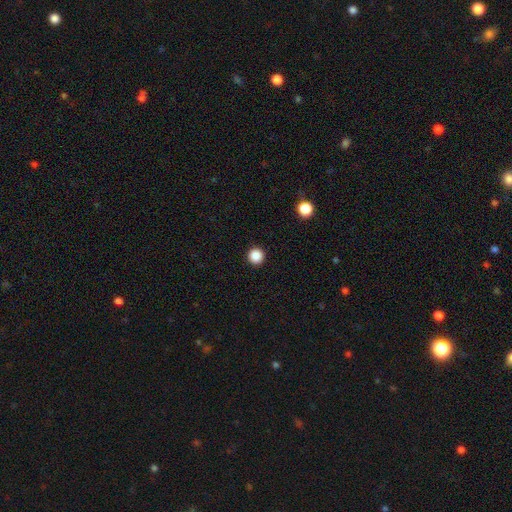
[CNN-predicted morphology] smooth 88%, star or artifact 10%, featured or disk 2%. Down the decision tree: how rounded — round (97%); merging — none (94%).